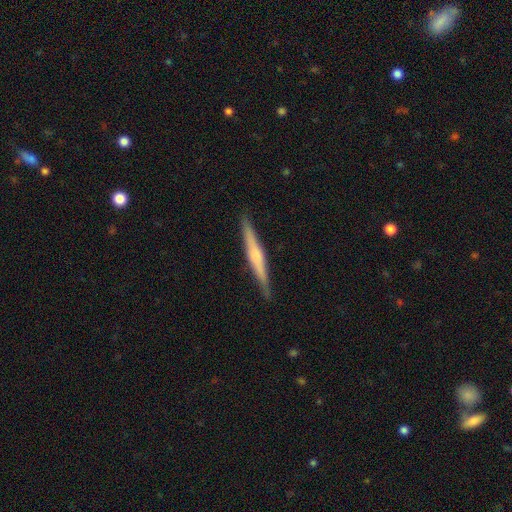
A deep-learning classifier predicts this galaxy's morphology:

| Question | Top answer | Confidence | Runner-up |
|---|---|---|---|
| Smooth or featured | featured or disk | 61% | smooth (33%) |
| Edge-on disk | yes | 98% | no (2%) |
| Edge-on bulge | rounded | 52% | none (25%) |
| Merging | none | 90% | minor disturbance (7%) |